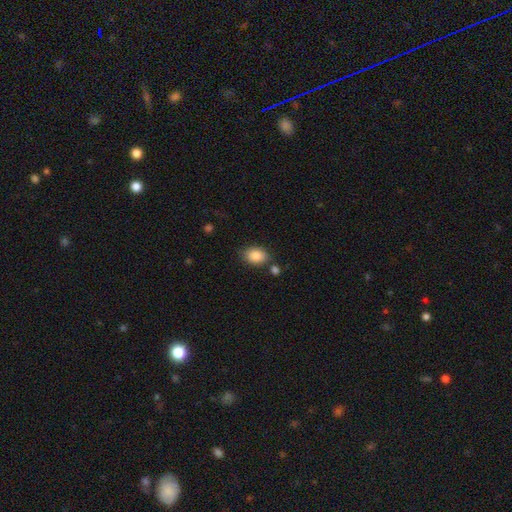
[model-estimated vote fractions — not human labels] Smooth or featured: smooth — 86% (star or artifact — 8%)
How rounded: in between — 79% (round — 20%)
Merging: none — 76% (minor disturbance — 14%)